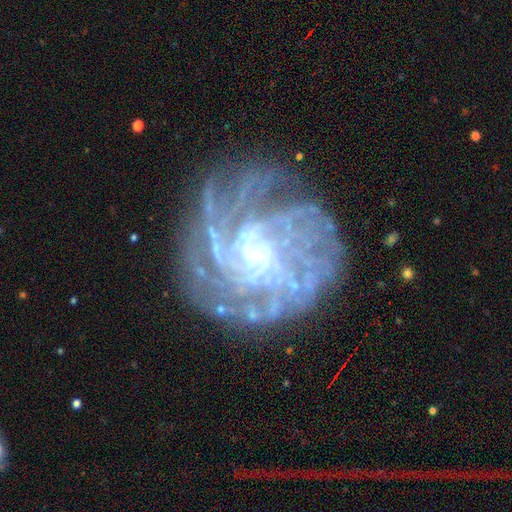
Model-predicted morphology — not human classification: This is clearly a featured or disk galaxy (87%). It is clearly not viewed edge-on (97%). Bar: possibly no (58%). Spiral arm pattern: clearly yes (96%). Spiral arm count: marginally more than 4 (34%). Spiral winding: likely tight (65%). Central bulge: likely small (68%). Merging: likely none (72%).